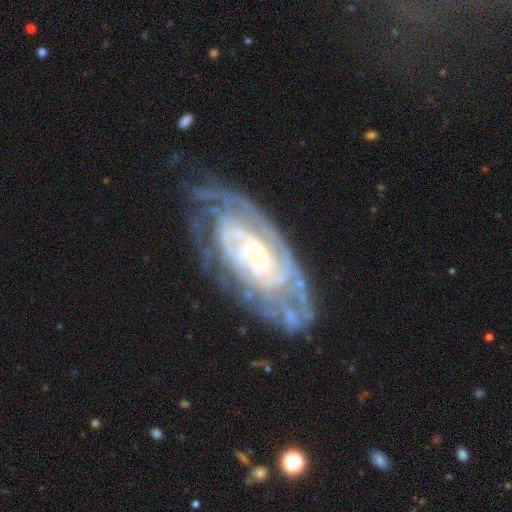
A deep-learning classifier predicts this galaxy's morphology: This is clearly a featured or disk galaxy (87%). It is clearly not viewed edge-on (94%). Bar: possibly no (55%). Spiral arm pattern: clearly yes (95%). Spiral arm count: marginally can't tell (41%). Spiral winding: likely tight (72%). Central bulge: possibly small (53%). Merging: likely none (64%).